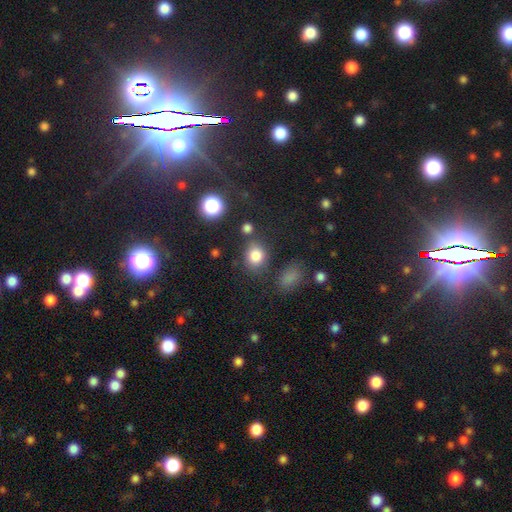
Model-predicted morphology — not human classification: smooth_or_featured: smooth (p=0.81) [alt: star or artifact p=0.12]
how_rounded: round (p=0.61) [alt: in between p=0.38]
merging: none (p=0.70) [alt: minor disturbance p=0.15]